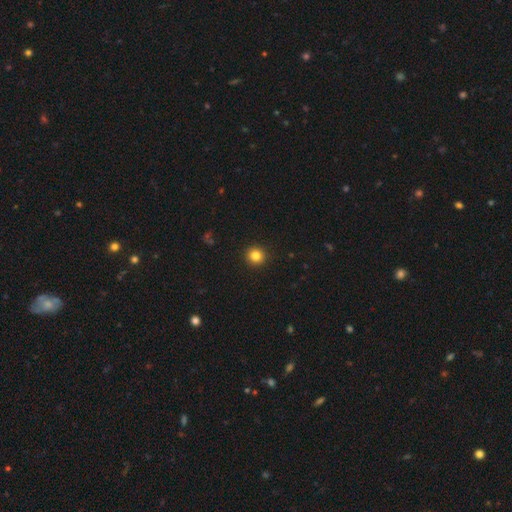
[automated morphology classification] Q: Smooth or featured?
A: smooth (83%); runner-up: star or artifact (12%)
Q: How rounded?
A: round (92%); runner-up: in between (7%)
Q: Merging?
A: none (93%); runner-up: minor disturbance (5%)